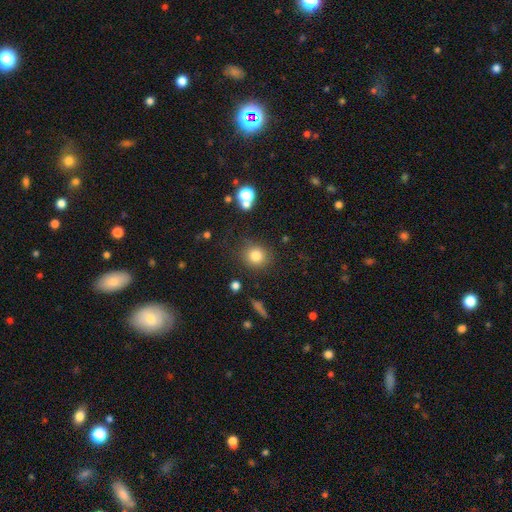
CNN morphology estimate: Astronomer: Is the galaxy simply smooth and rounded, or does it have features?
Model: smooth — 81%.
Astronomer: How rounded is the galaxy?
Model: round — 82%.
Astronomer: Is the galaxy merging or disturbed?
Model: none — 79%.